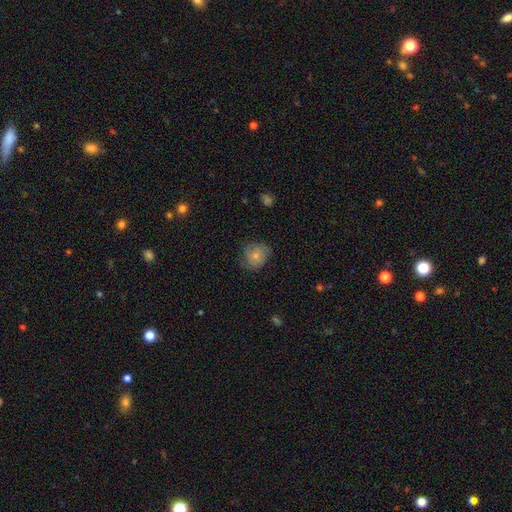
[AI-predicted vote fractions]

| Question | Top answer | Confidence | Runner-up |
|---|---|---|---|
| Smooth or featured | smooth | 58% | featured or disk (34%) |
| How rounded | round | 76% | in between (23%) |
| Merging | none | 65% | minor disturbance (26%) |